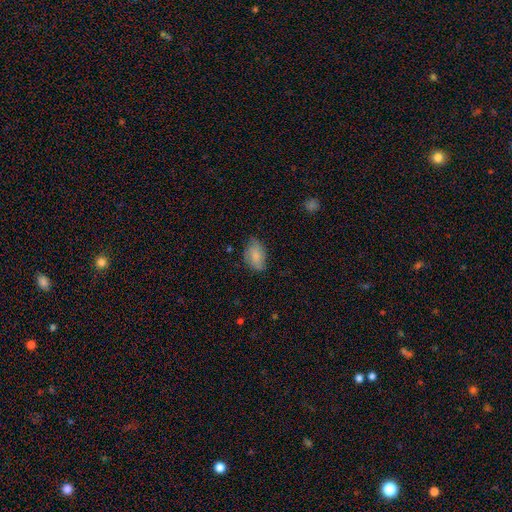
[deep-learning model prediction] Smooth or featured: smooth — 79% (featured or disk — 14%)
How rounded: in between — 89% (round — 9%)
Merging: none — 63% (minor disturbance — 29%)